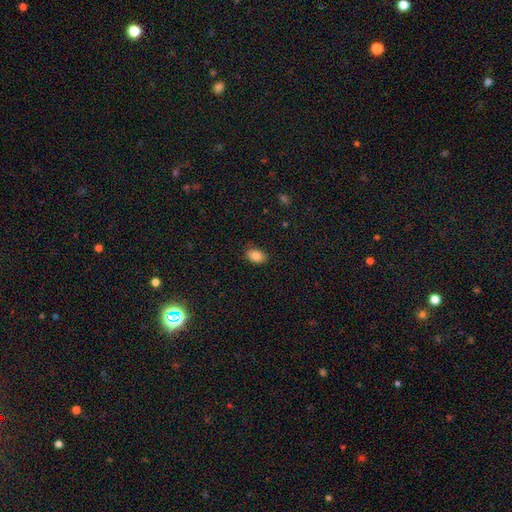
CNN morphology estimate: This is clearly a smooth galaxy (85%). How rounded: clearly in between (83%). Merging: clearly none (86%).